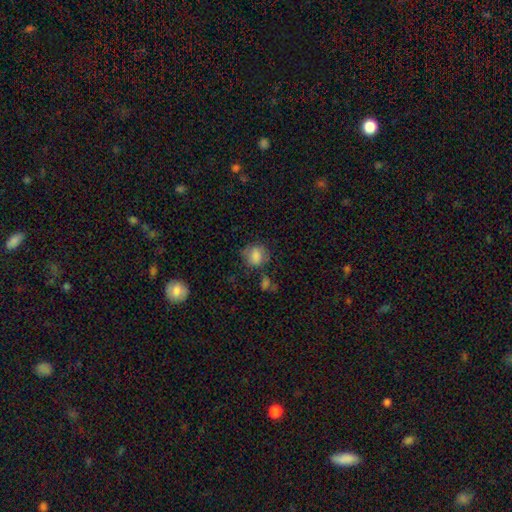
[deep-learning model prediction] smooth_or_featured: smooth (p=0.79) [alt: featured or disk p=0.11]
how_rounded: round (p=0.61) [alt: in between p=0.38]
merging: none (p=0.61) [alt: minor disturbance p=0.23]